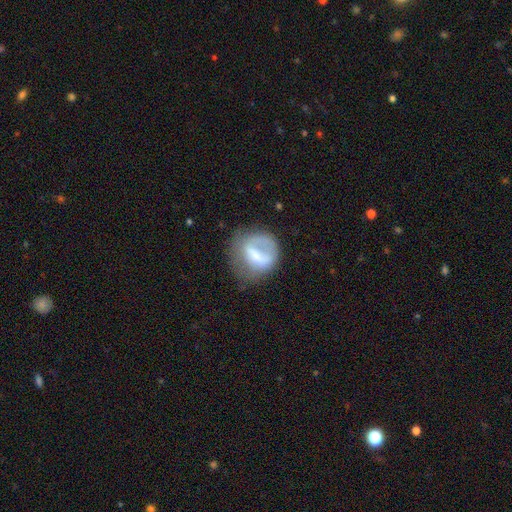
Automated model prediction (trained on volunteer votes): The model was most divided on "smooth or featured" (2-way tie): smooth: 46%, featured or disk: 46%, star or artifact: 8%. Remaining: merging — none (49%).